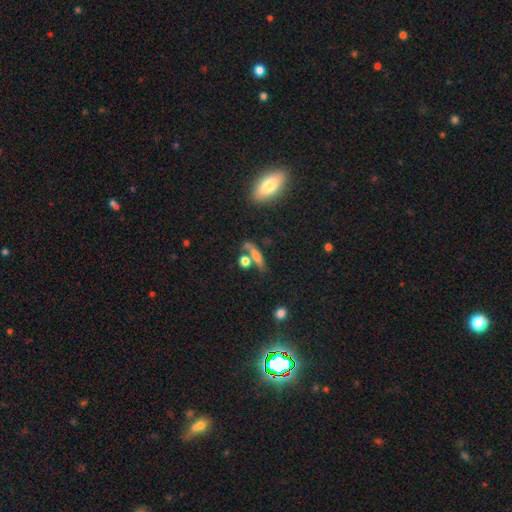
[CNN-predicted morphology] Smooth or featured? smooth (63%)
How rounded? cigar-shaped (62%)
Merging? none (55%)